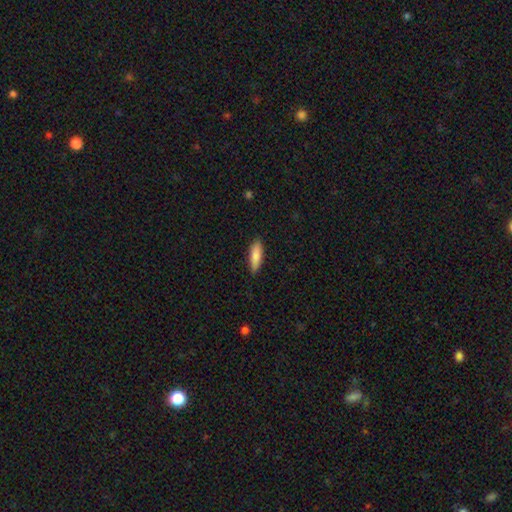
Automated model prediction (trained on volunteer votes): smooth-or-featured: smooth: 83% | featured or disk: 11% | star or artifact: 6%
  how-rounded: cigar-shaped: 51% | in between: 47% | round: 2%
  merging: none: 87% | minor disturbance: 10% | major disturbance: 2% | merger: 1%